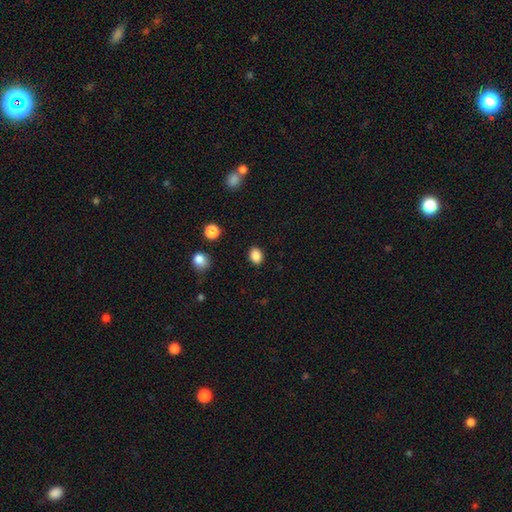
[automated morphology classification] A smooth galaxy with no disk features (87%) that is in between round and cigar-shaped (64%).

Vote fractions:
- Smooth or featured? smooth: 87% / star or artifact: 10% / featured or disk: 3%
- How rounded? in between: 64% / round: 35% / cigar-shaped: 1%
- Merging? none: 88% / minor disturbance: 8% / major disturbance: 2% / merger: 1%